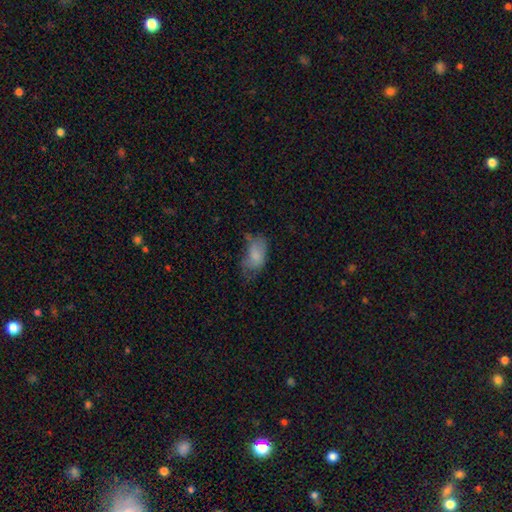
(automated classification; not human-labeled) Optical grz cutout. It shows a smooth galaxy with no disk features (71%) that is in between round and cigar-shaped (91%). Merging: minor disturbance (33%).